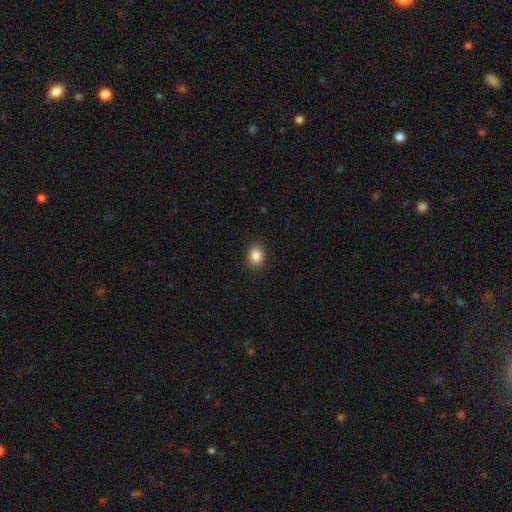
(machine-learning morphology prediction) This is clearly a smooth galaxy (87%). How rounded: possibly in between (53%). Merging: clearly none (89%).